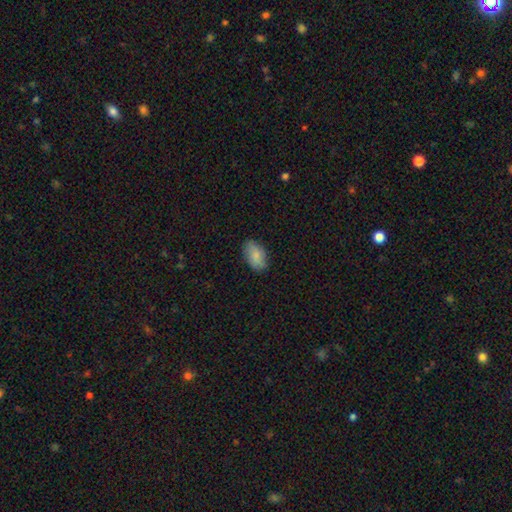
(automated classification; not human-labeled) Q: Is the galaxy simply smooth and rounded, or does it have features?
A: smooth — 82%.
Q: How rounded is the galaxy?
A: in between — 92%.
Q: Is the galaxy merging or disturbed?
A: none — 82%.